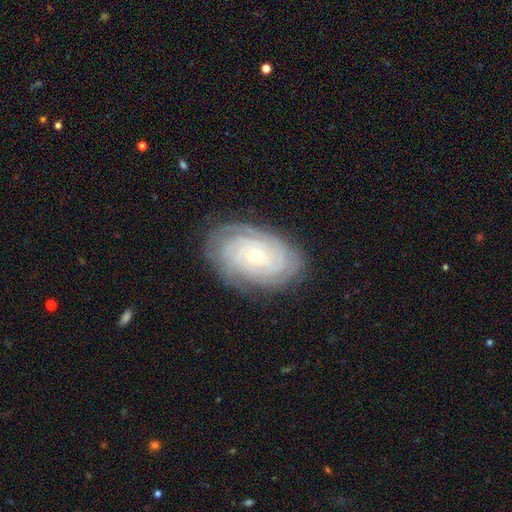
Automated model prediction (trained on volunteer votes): Smooth or featured: featured or disk — 83% (smooth — 10%)
Edge-on disk: no — 96% (yes — 4%)
Bar: no — 74% (weak — 20%)
Spiral arms: yes — 97% (no — 3%)
Spiral winding: tight — 84% (medium — 13%)
Spiral arm count: can't tell — 28% (4 — 26%)
Bulge size: small — 78% (moderate — 19%)
Merging: none — 82% (minor disturbance — 14%)